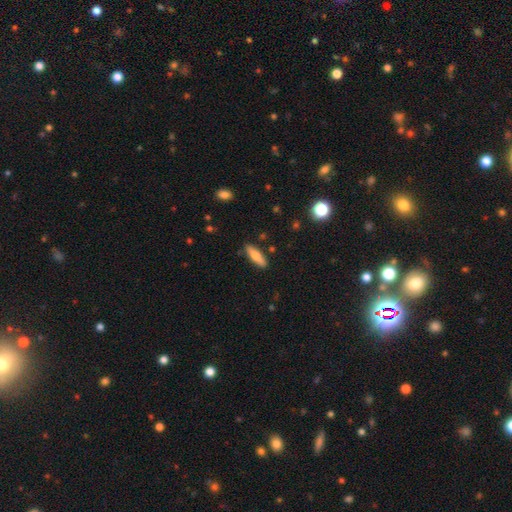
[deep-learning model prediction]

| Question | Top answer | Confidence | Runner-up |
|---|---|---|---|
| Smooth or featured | smooth | 68% | featured or disk (26%) |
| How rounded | cigar-shaped | 59% | in between (39%) |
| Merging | none | 86% | minor disturbance (10%) |